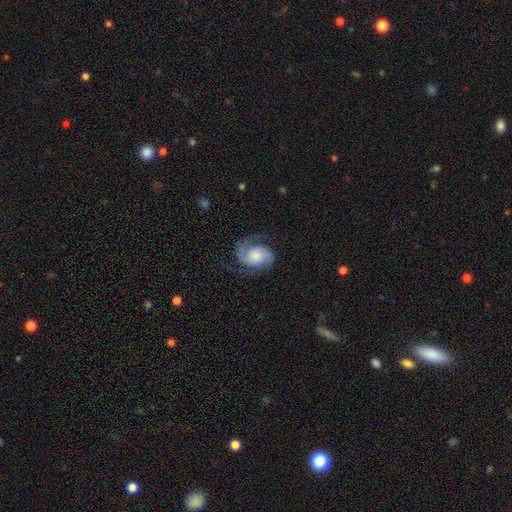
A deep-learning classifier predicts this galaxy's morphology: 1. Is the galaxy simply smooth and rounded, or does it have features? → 80% featured or disk, 14% smooth, 6% star or artifact.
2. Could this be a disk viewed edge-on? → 98% no, 2% yes.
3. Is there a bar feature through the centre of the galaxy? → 71% no, 24% weak, 5% strong.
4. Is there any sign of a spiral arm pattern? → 96% yes, 4% no.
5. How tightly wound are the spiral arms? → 47% medium, 29% tight, 24% loose.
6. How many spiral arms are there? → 87% 2, 6% 1, 3% can't tell, 2% 3, 1% 4, 1% more than 4.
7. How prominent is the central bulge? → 35% moderate, 27% small, 21% large, 13% none, 5% dominant.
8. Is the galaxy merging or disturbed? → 66% none, 19% minor disturbance, 14% major disturbance, 1% merger.